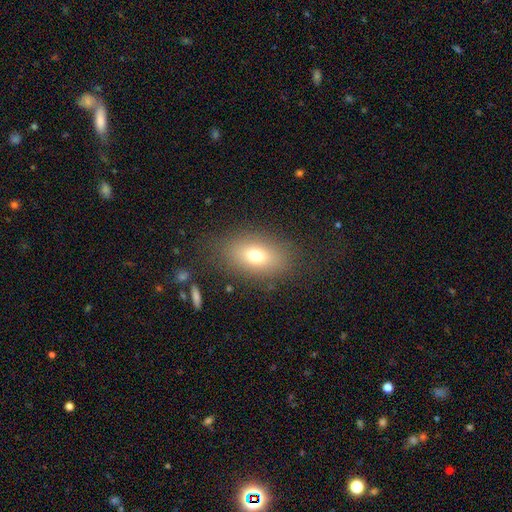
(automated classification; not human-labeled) A smooth galaxy with no disk features (71%) that is in between round and cigar-shaped (81%). Merging: none (80%).